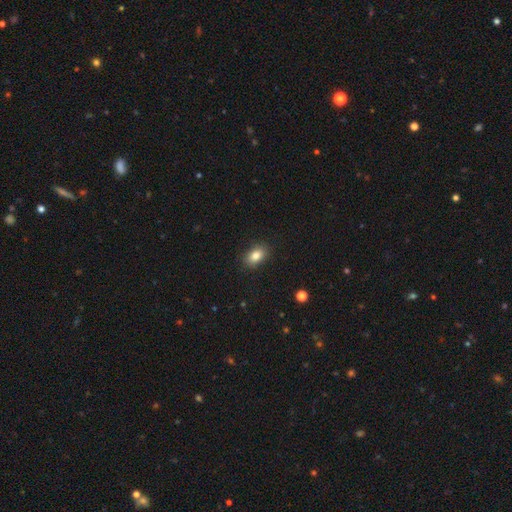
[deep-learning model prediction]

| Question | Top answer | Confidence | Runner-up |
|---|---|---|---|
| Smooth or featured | smooth | 83% | star or artifact (9%) |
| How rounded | in between | 84% | round (14%) |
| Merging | none | 88% | minor disturbance (9%) |